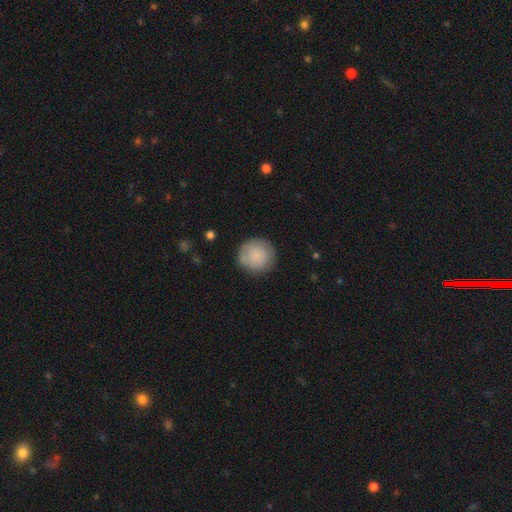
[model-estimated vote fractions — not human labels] Q: Smooth or featured?
A: smooth (84%); runner-up: featured or disk (10%)
Q: How rounded?
A: round (94%); runner-up: in between (5%)
Q: Merging?
A: none (84%); runner-up: minor disturbance (11%)